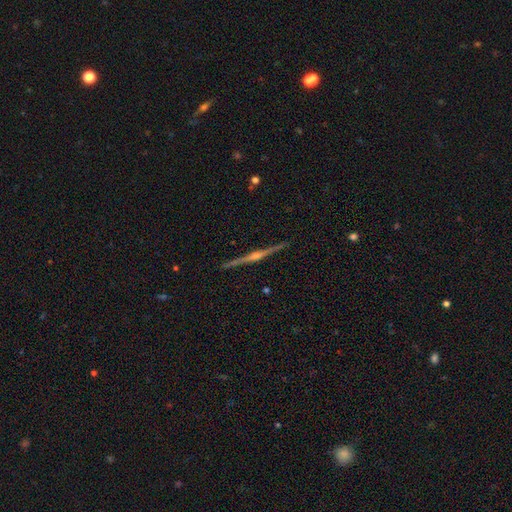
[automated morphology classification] Overall: featured or disk (88%). Edge-on disk: yes (99%). Edge-on bulge: rounded (90%). Merging: none (93%).